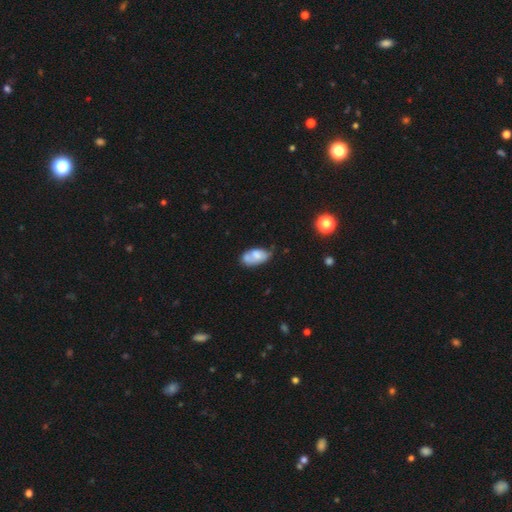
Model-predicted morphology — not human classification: Q: Smooth or featured?
A: smooth (63%); runner-up: featured or disk (29%)
Q: How rounded?
A: in between (92%); runner-up: round (5%)
Q: Merging?
A: none (41%); runner-up: minor disturbance (28%)